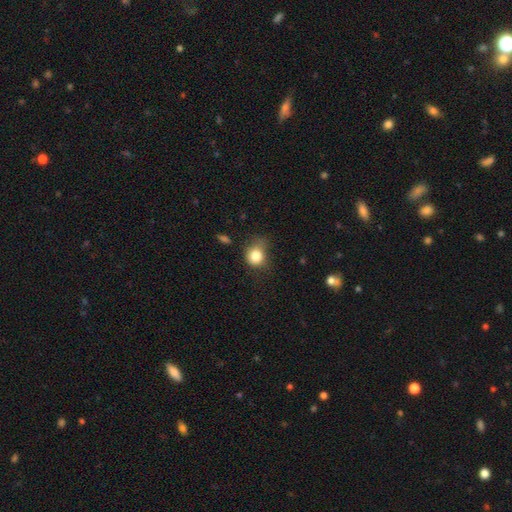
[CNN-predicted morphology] Smooth or featured? Predicted: smooth (p=0.82). How rounded? Predicted: round (p=0.67). Merging? Predicted: none (p=0.44).